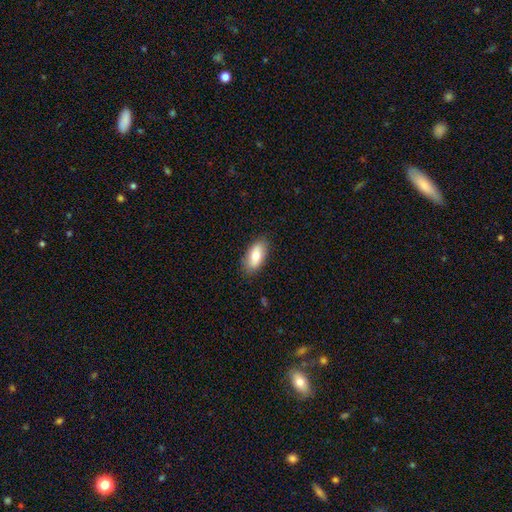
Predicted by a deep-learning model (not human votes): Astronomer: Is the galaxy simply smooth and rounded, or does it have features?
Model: smooth — 79%.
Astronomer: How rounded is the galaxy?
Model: in between — 90%.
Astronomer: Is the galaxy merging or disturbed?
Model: none — 85%.